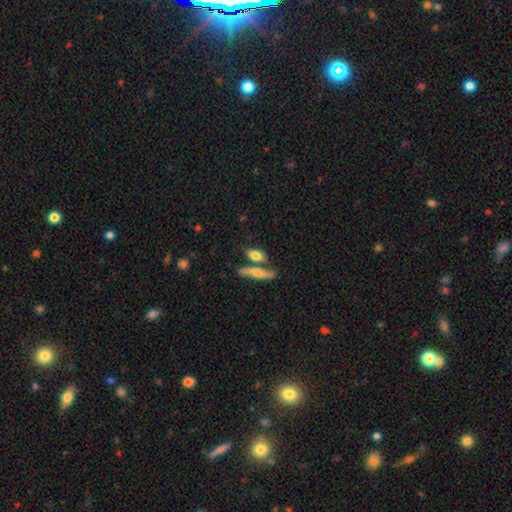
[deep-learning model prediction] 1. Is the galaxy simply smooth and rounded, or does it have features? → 69% smooth, 24% featured or disk, 7% star or artifact.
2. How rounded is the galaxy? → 60% in between, 33% cigar-shaped, 7% round.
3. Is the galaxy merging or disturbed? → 53% none, 30% merger, 12% minor disturbance, 4% major disturbance.